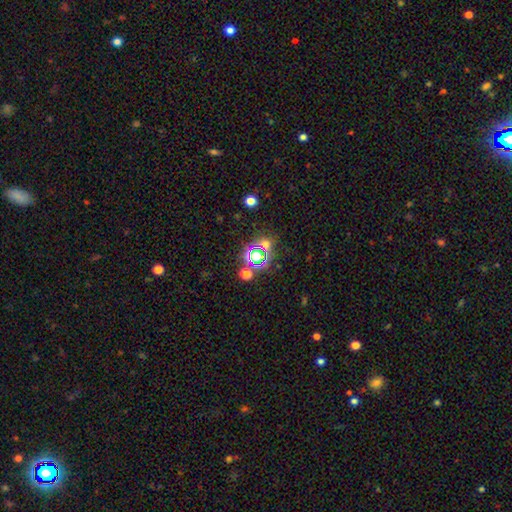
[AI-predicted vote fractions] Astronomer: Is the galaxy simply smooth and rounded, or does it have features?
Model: star or artifact — 59%.